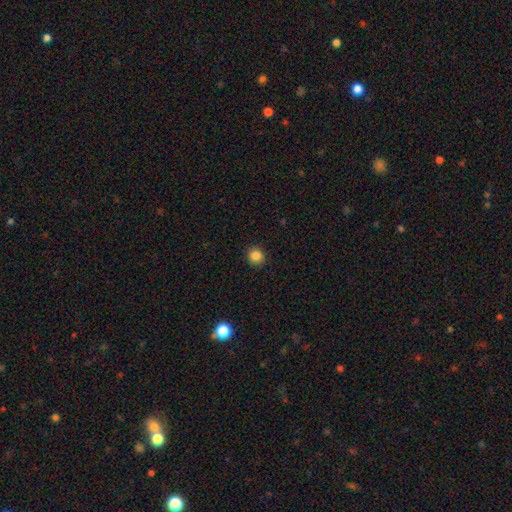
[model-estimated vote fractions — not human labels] This appears to be a smooth galaxy with no disk features (85%) that is round (89%). Merging: none (91%).